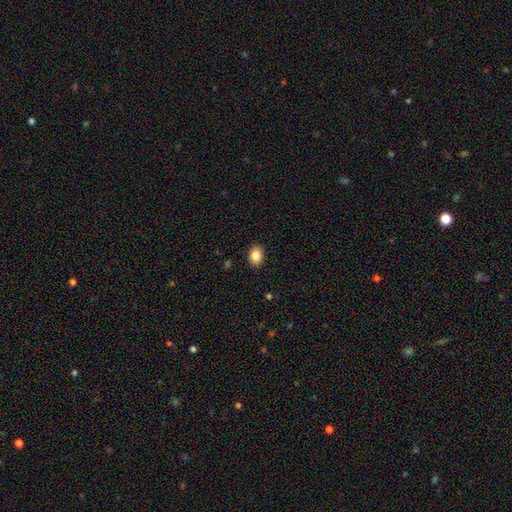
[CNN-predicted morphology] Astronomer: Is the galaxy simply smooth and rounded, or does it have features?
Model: smooth — 86%.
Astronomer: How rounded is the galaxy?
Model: in between — 72%.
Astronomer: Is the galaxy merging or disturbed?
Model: none — 89%.